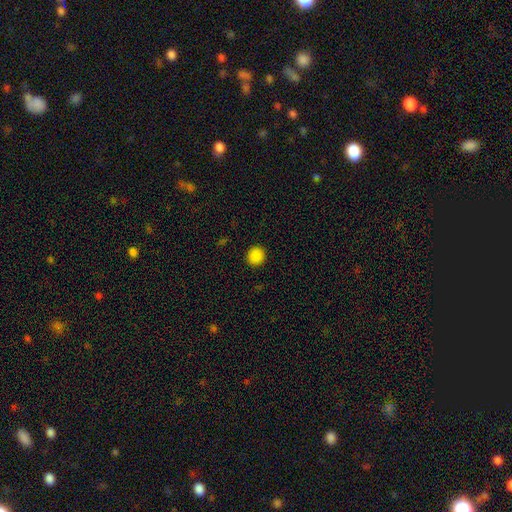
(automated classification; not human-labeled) Overall: smooth (87%). How rounded: round (89%). Merging: none (92%).